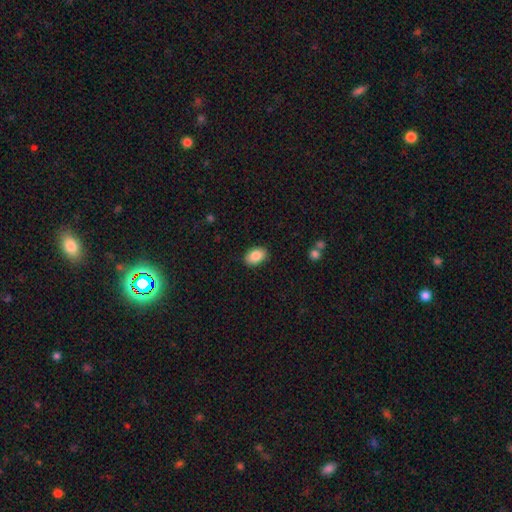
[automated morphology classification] Smooth or featured? smooth (86%)
How rounded? in between (87%)
Merging? none (88%)